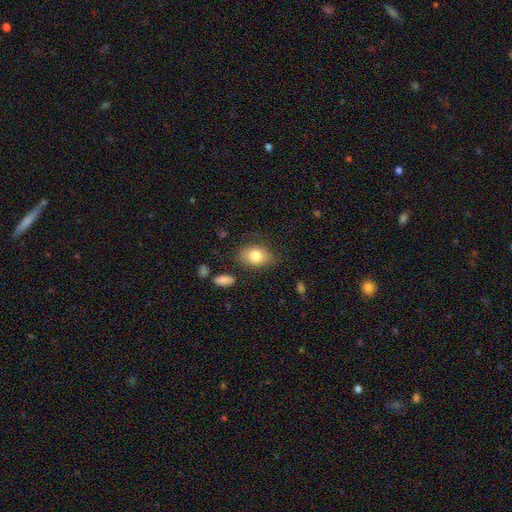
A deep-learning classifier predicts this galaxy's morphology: type=smooth (81%); roundness=in between (80%); merging=none (78%).